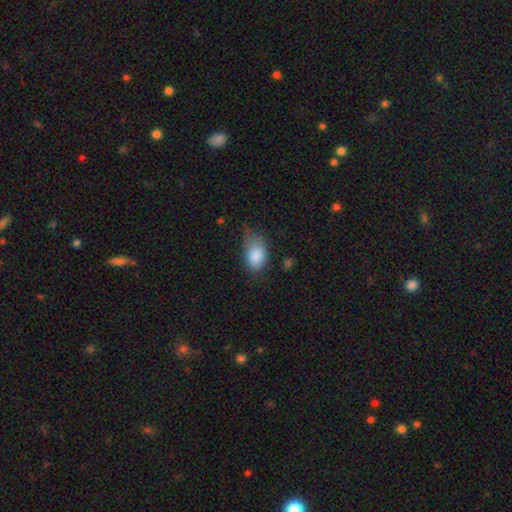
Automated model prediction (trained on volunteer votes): The model was most divided on "merging": none: 44%, minor disturbance: 40%, major disturbance: 14%, merger: 3%. More confident: how rounded — in between (86%); smooth or featured — smooth (85%).